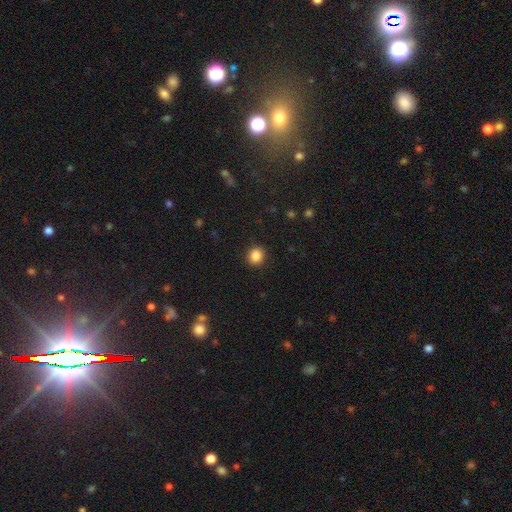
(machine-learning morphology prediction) Q: Smooth or featured?
A: smooth (87%); runner-up: star or artifact (10%)
Q: How rounded?
A: round (79%); runner-up: in between (20%)
Q: Merging?
A: none (91%); runner-up: minor disturbance (6%)